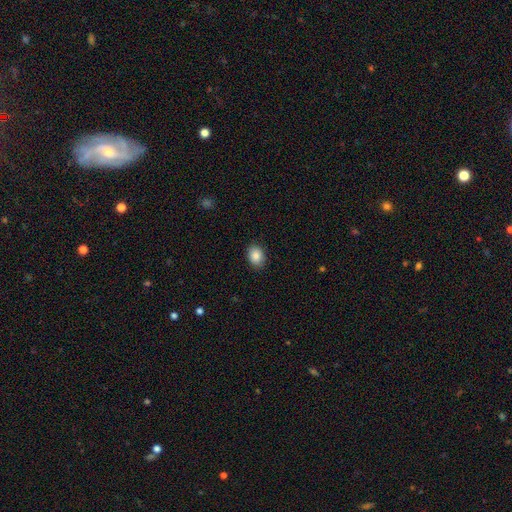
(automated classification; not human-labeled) A smooth galaxy with no disk features (87%) that is in between round and cigar-shaped (61%).

Vote fractions:
- Smooth or featured? smooth: 87% / star or artifact: 8% / featured or disk: 5%
- How rounded? in between: 61% / round: 38% / cigar-shaped: 1%
- Merging? none: 88% / minor disturbance: 9% / major disturbance: 2% / merger: 1%